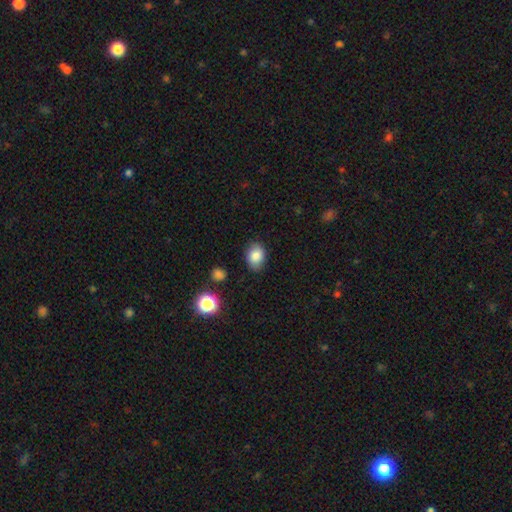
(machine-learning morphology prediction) Smooth or featured?
  - smooth: 85% *
  - star or artifact: 9%
  - featured or disk: 6%
How rounded?
  - in between: 71% *
  - round: 28%
  - cigar-shaped: 1%
Merging?
  - none: 83% *
  - minor disturbance: 13%
  - major disturbance: 3%
  - merger: 2%